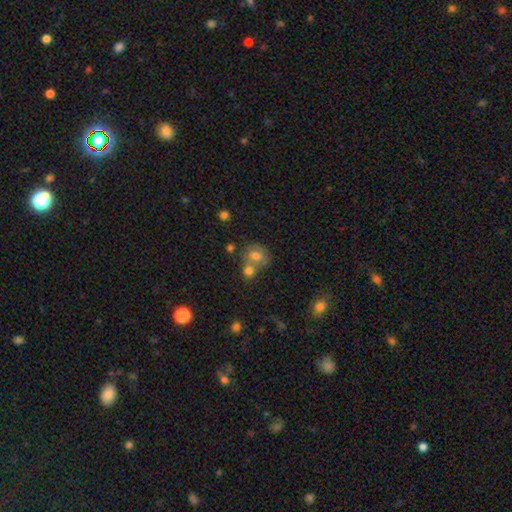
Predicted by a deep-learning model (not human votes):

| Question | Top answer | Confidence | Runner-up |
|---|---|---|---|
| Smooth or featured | smooth | 66% | featured or disk (23%) |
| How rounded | round | 56% | in between (42%) |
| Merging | merger | 45% | none (37%) |